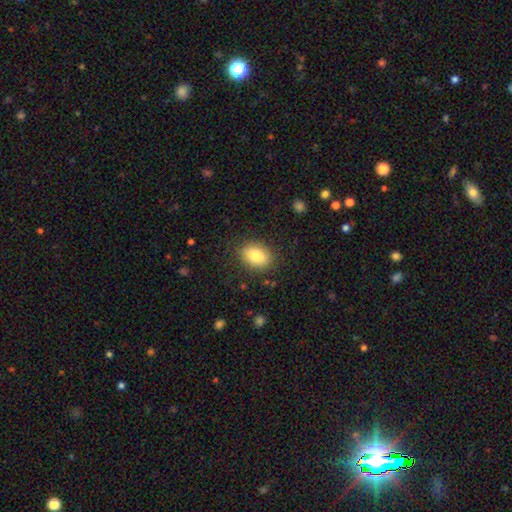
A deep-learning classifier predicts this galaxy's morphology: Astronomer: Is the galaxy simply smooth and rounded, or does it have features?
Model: smooth — 84%.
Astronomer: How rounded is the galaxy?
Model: in between — 79%.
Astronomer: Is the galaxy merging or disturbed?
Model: none — 84%.